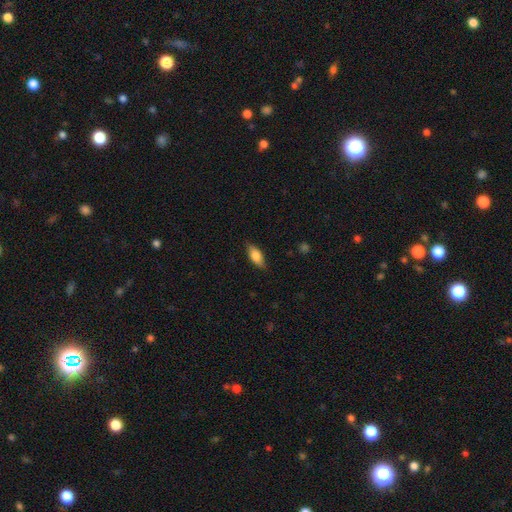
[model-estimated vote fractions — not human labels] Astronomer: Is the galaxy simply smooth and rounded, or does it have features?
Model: smooth — 79%.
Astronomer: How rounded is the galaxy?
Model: in between — 81%.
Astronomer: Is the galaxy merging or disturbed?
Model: none — 83%.